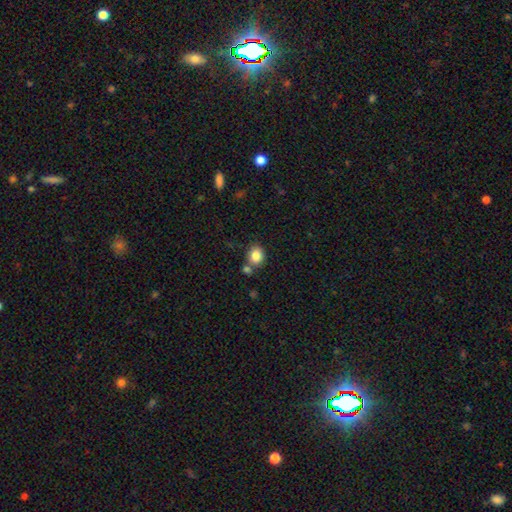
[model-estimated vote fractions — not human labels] The model was most divided on "how rounded": round: 51%, in between: 48%, cigar-shaped: 1%. More confident: smooth or featured — smooth (85%); merging — none (63%).